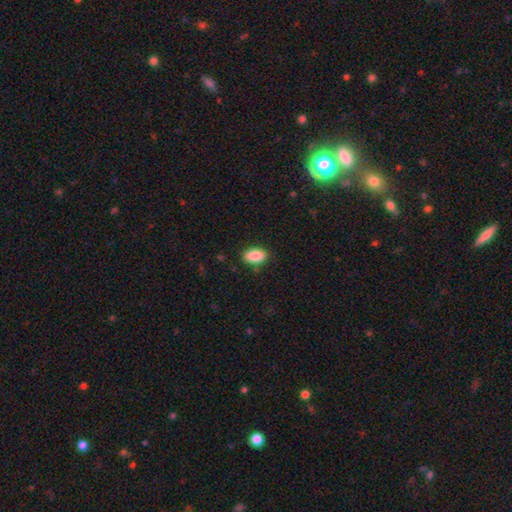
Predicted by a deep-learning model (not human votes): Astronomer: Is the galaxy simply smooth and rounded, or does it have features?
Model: smooth — 89%.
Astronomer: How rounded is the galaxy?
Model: in between — 93%.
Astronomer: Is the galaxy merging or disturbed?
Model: none — 86%.